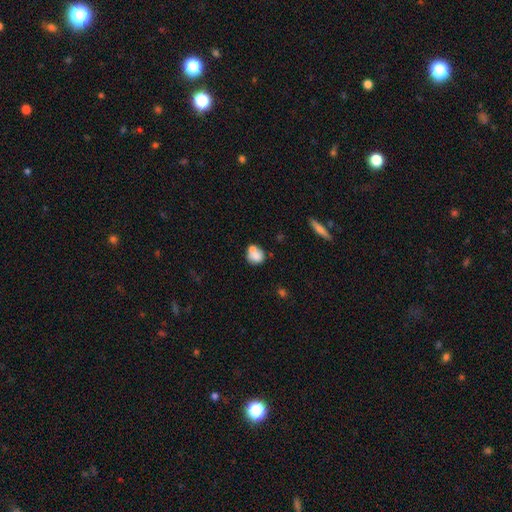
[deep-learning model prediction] Smooth or featured? Predicted: smooth (p=0.74). How rounded? Predicted: round (p=0.77). Merging? Predicted: none (p=0.44).